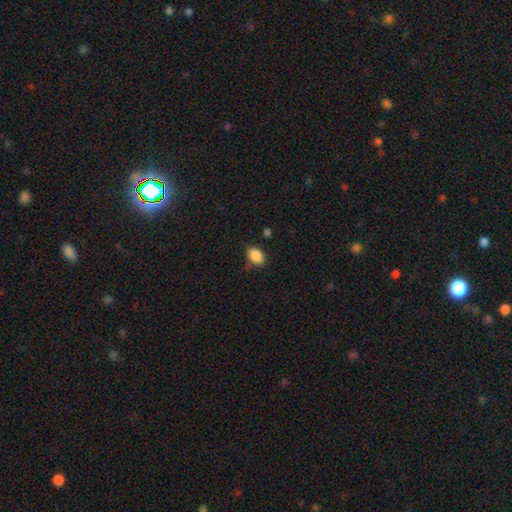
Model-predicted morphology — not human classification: Overall: smooth (88%). How rounded: in between (81%). Merging: none (75%).